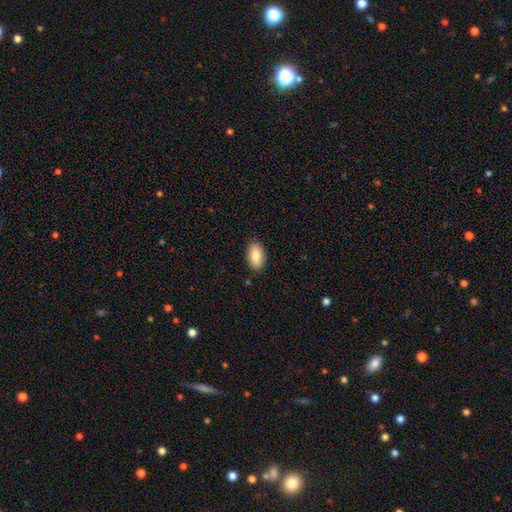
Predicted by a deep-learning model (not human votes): A smooth galaxy with no disk features (85%) that is in between round and cigar-shaped (93%). Merging: none (87%).